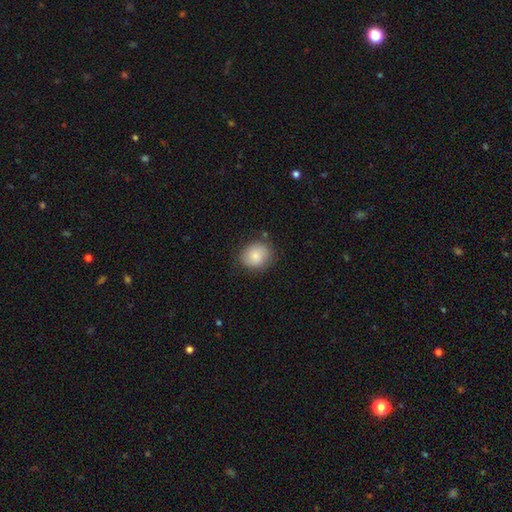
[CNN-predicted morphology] smooth-or-featured: smooth: 83% | featured or disk: 9% | star or artifact: 8%
  how-rounded: round: 73% | in between: 26% | cigar-shaped: 1%
  merging: none: 80% | minor disturbance: 14% | major disturbance: 4% | merger: 2%